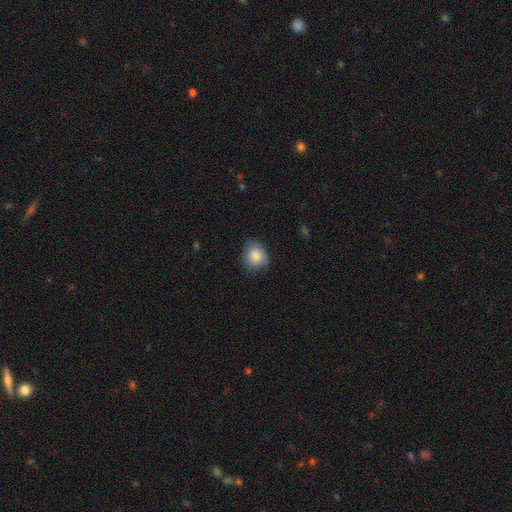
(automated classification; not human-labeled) Morphology: type=smooth (85%); roundness=round (58%); merging=none (71%).